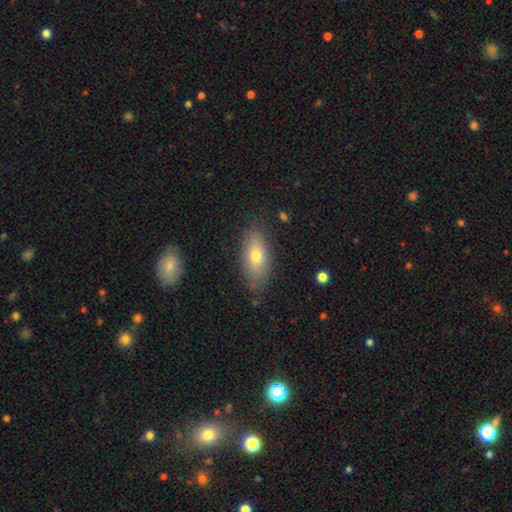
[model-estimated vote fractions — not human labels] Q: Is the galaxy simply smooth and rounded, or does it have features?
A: smooth — 69%.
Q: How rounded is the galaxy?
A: in between — 87%.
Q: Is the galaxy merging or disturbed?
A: none — 78%.